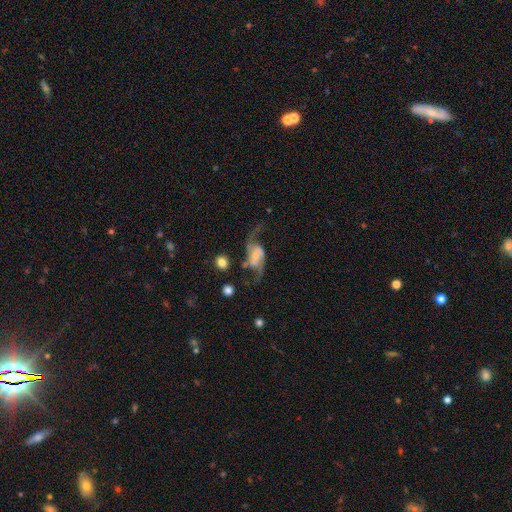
Q: Smooth or featured?
A: featured or disk (92%); runner-up: star or artifact (5%)
Q: Edge-on disk?
A: no (97%); runner-up: yes (3%)
Q: Bar?
A: no (50%); runner-up: weak (31%)
Q: Spiral arms?
A: yes (97%); runner-up: no (3%)
Q: Spiral winding?
A: loose (86%); runner-up: medium (14%)
Q: Spiral arm count?
A: 2 (94%); runner-up: 1 (3%)
Q: Bulge size?
A: moderate (58%); runner-up: small (33%)
Q: Merging?
A: none (63%); runner-up: major disturbance (16%)